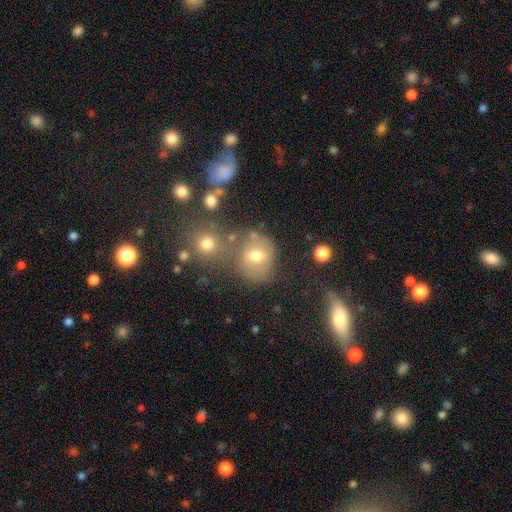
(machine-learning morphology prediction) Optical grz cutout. It shows a smooth galaxy with no disk features (66%) that is round (71%). Merging: none (53%).